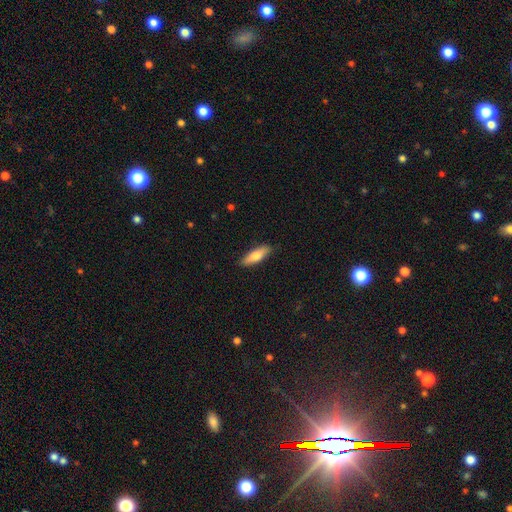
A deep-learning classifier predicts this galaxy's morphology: smooth 70%, featured or disk 24%, star or artifact 6%. Down the decision tree: how rounded — cigar-shaped (54%); merging — none (88%).